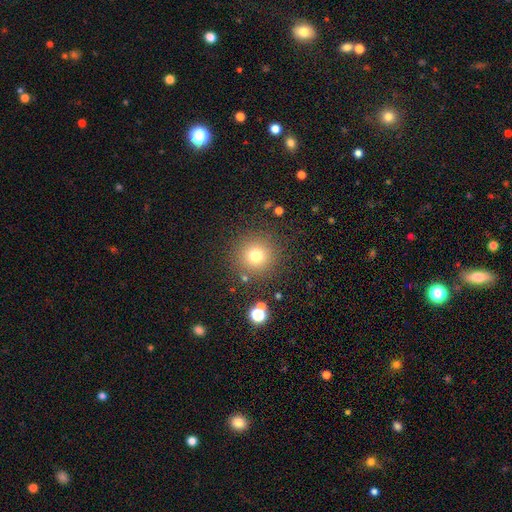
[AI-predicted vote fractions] Smooth or featured?
  - smooth: 75% *
  - star or artifact: 16%
  - featured or disk: 9%
How rounded?
  - round: 96% *
  - in between: 4%
  - cigar-shaped: 1%
Merging?
  - none: 87% *
  - minor disturbance: 7%
  - major disturbance: 3%
  - merger: 3%